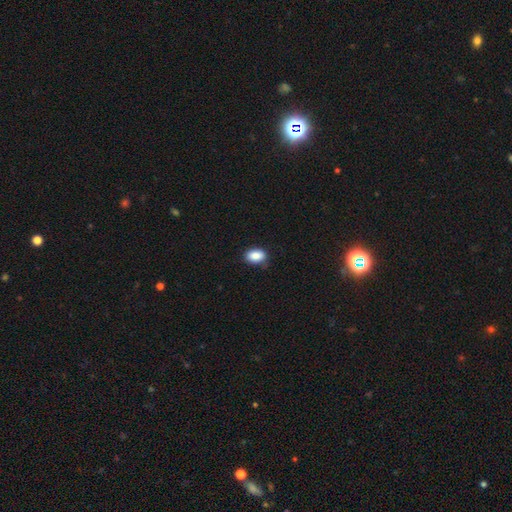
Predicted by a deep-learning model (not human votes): smooth 87%, star or artifact 8%, featured or disk 5%. Down the decision tree: how rounded — in between (86%); merging — none (79%).